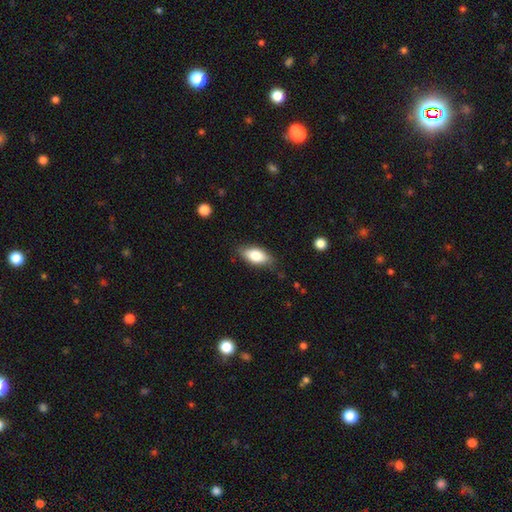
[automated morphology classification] Smooth or featured? smooth (75%)
How rounded? in between (87%)
Merging? none (79%)